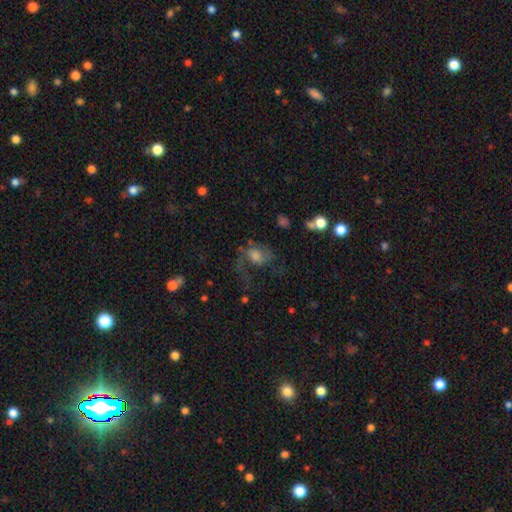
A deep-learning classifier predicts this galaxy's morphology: Q: Smooth or featured?
A: featured or disk (45%); runner-up: smooth (39%)
Q: Merging?
A: major disturbance (44%); runner-up: none (35%)